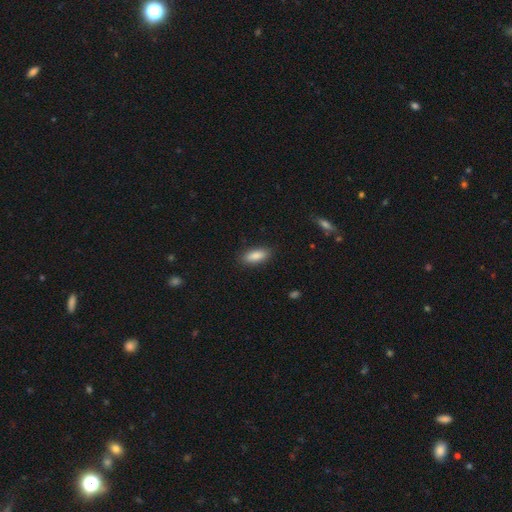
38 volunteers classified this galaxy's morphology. Smooth or featured: smooth — 84% (featured or disk — 8%)
How rounded: in between — 84% (cigar-shaped — 16%)
Merging: none — 97% (minor disturbance — 3%)